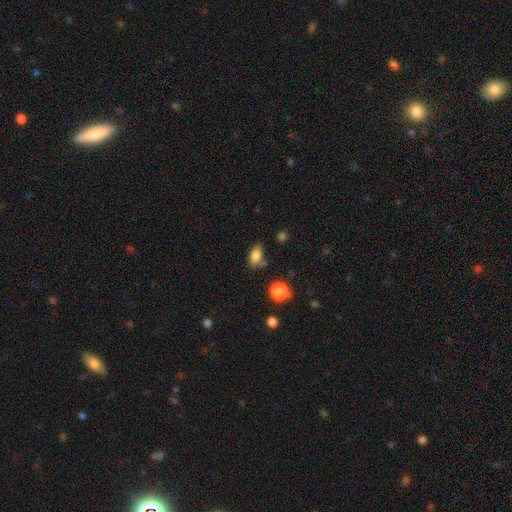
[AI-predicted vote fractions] A smooth galaxy with no disk features (81%) that is in between round and cigar-shaped (84%).

Vote fractions:
- Smooth or featured? smooth: 81% / star or artifact: 11% / featured or disk: 8%
- How rounded? in between: 84% / round: 14% / cigar-shaped: 3%
- Merging? none: 57% / minor disturbance: 27% / major disturbance: 8% / merger: 8%